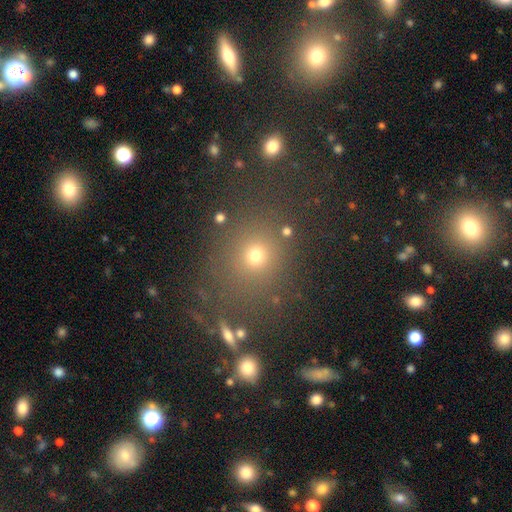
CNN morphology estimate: A smooth galaxy with no disk features (67%) that is round (83%).

Vote fractions:
- Smooth or featured? smooth: 67% / star or artifact: 25% / featured or disk: 9%
- How rounded? round: 83% / in between: 16% / cigar-shaped: 1%
- Merging? none: 78% / minor disturbance: 10% / merger: 7% / major disturbance: 5%